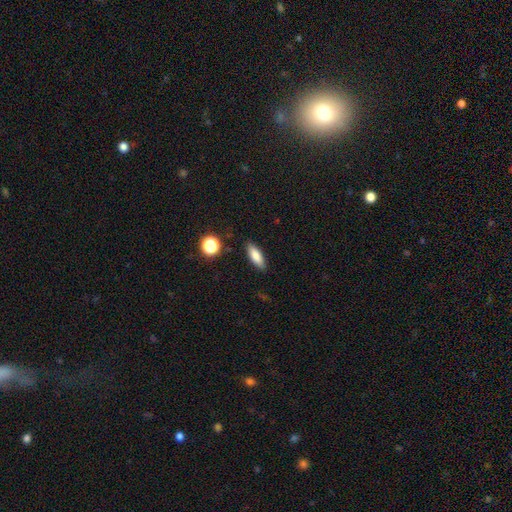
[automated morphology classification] smooth 80%, featured or disk 12%, star or artifact 8%. Down the decision tree: how rounded — in between (59%); merging — none (87%).